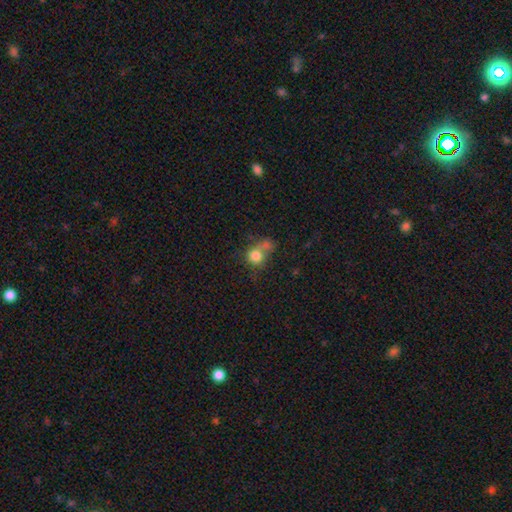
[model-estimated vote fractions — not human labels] smooth_or_featured: smooth (p=0.78) [alt: star or artifact p=0.12]
how_rounded: round (p=0.83) [alt: in between p=0.16]
merging: none (p=0.39) [tied with: merger p=0.39]